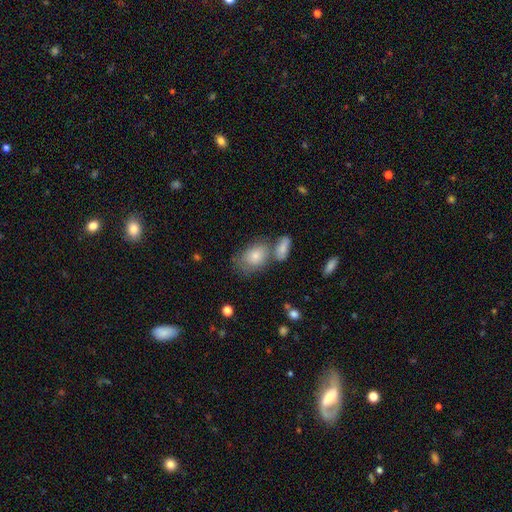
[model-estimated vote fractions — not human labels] Smooth or featured?
  - smooth: 73% *
  - featured or disk: 16%
  - star or artifact: 10%
How rounded?
  - in between: 74% *
  - round: 24%
  - cigar-shaped: 2%
Merging?
  - none: 46% *
  - merger: 29%
  - minor disturbance: 18%
  - major disturbance: 7%